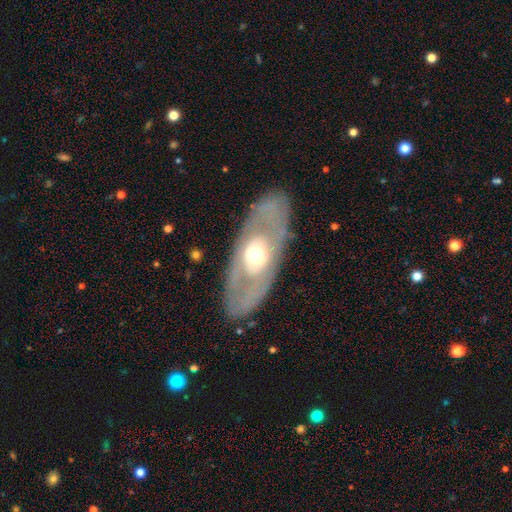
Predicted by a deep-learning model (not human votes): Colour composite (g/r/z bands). It shows a featured or disk galaxy (68%) with no bar (80%), no spiral arms (71%) and a moderate central bulge (67%). Merging: none (82%).